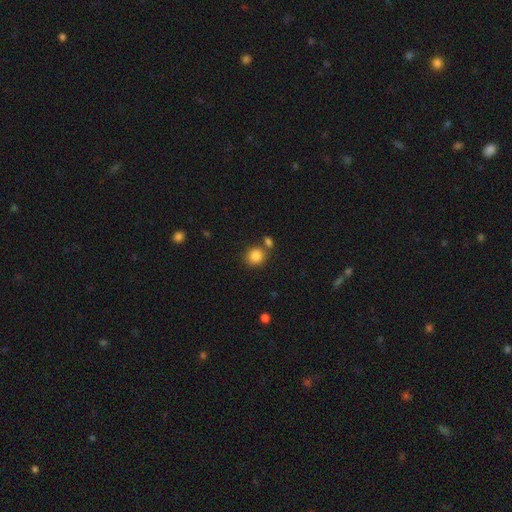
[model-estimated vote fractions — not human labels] Overall: smooth (85%). How rounded: round (80%). Merging: none (68%).